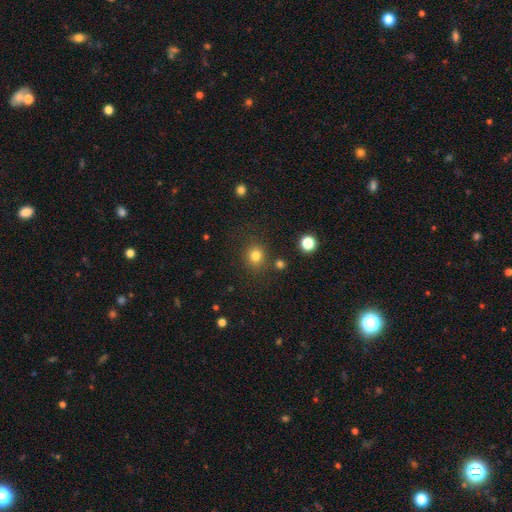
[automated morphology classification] smooth 81%, star or artifact 14%, featured or disk 5%. Down the decision tree: how rounded — round (85%); merging — none (82%).